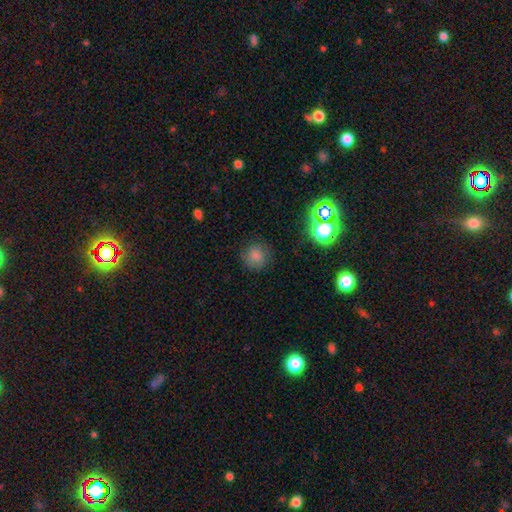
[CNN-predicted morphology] Overall: smooth (79%). How rounded: round (92%). Merging: none (84%).